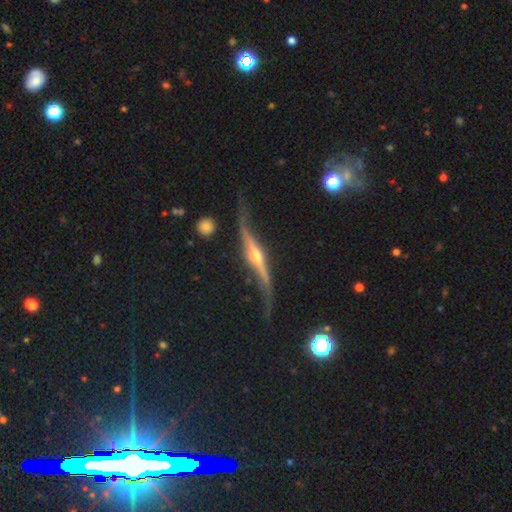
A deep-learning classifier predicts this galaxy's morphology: smooth-or-featured: featured or disk: 89% | smooth: 6% | star or artifact: 5%
  disk-edge-on: yes: 76% | no: 24%
    edge-on-bulge: rounded: 88% | none: 6% | boxy: 6%
  merging: none: 60% | minor disturbance: 24% | major disturbance: 12% | merger: 4%